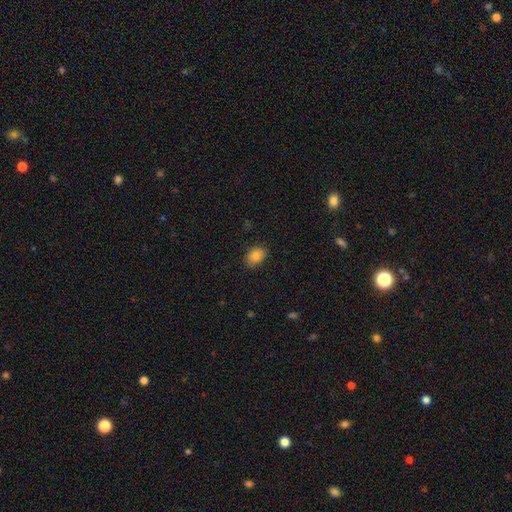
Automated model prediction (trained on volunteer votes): smooth-or-featured: smooth: 85% | star or artifact: 9% | featured or disk: 6%
  how-rounded: in between: 75% | round: 24% | cigar-shaped: 1%
  merging: none: 86% | minor disturbance: 11% | major disturbance: 2% | merger: 1%